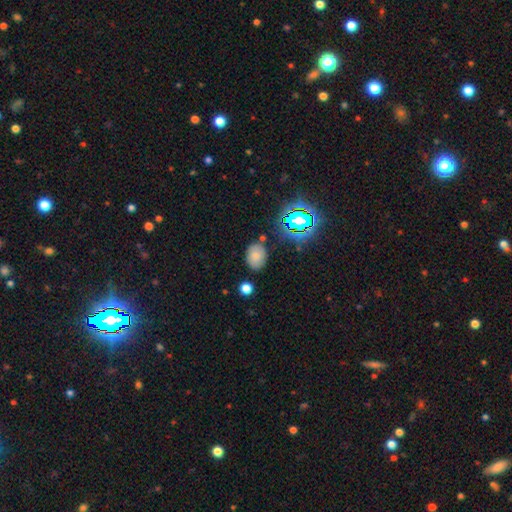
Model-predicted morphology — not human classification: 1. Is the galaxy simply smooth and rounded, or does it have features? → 74% smooth, 16% star or artifact, 9% featured or disk.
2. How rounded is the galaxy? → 69% in between, 30% round, 1% cigar-shaped.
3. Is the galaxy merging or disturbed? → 77% none, 15% minor disturbance, 4% merger, 4% major disturbance.